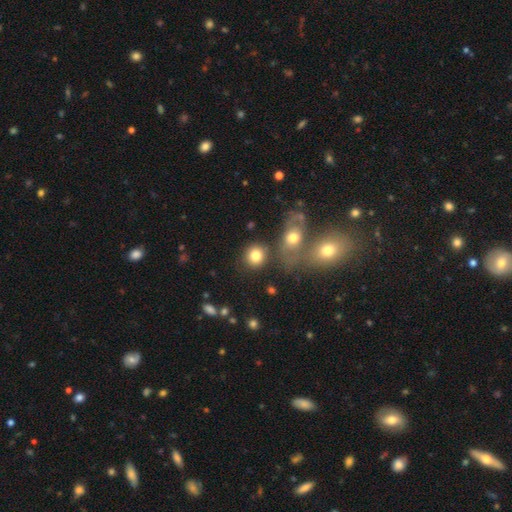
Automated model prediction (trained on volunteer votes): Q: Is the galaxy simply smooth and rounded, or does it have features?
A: smooth — 81%.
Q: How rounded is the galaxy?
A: round — 84%.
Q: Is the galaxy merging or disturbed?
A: none — 74%.